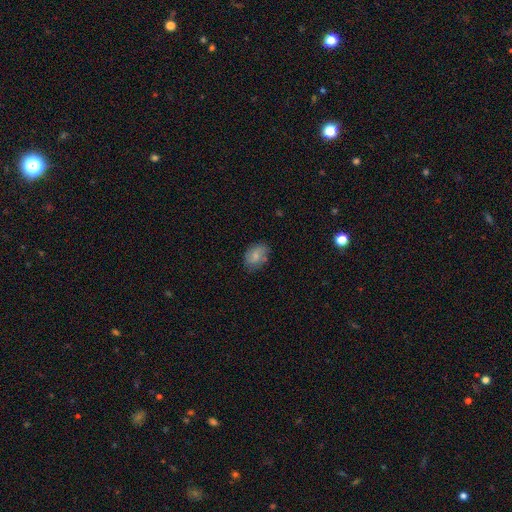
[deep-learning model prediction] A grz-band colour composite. It shows a smooth galaxy with no disk features (75%) that is in between round and cigar-shaped (75%). Merging: none (71%).